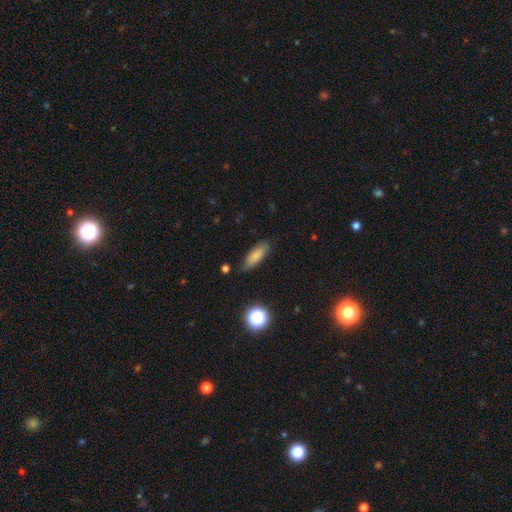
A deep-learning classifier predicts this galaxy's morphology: Smooth or featured?
  - smooth: 80% *
  - featured or disk: 11%
  - star or artifact: 9%
How rounded?
  - in between: 60% *
  - cigar-shaped: 37%
  - round: 3%
Merging?
  - none: 80% *
  - minor disturbance: 15%
  - major disturbance: 3%
  - merger: 2%